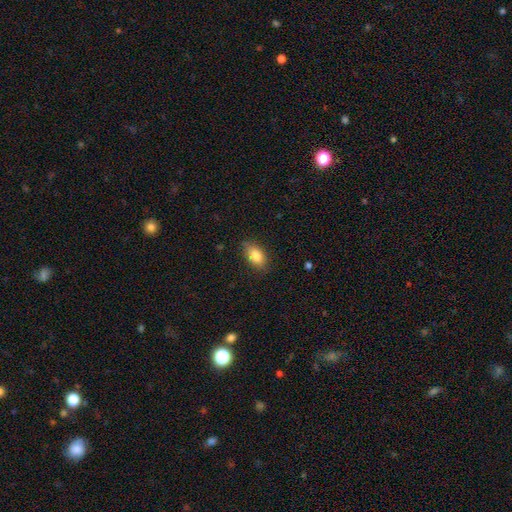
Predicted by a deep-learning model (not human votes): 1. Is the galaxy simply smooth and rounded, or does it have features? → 84% smooth, 8% featured or disk, 8% star or artifact.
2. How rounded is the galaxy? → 89% in between, 7% round, 3% cigar-shaped.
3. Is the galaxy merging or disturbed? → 81% none, 15% minor disturbance, 3% major disturbance, 1% merger.